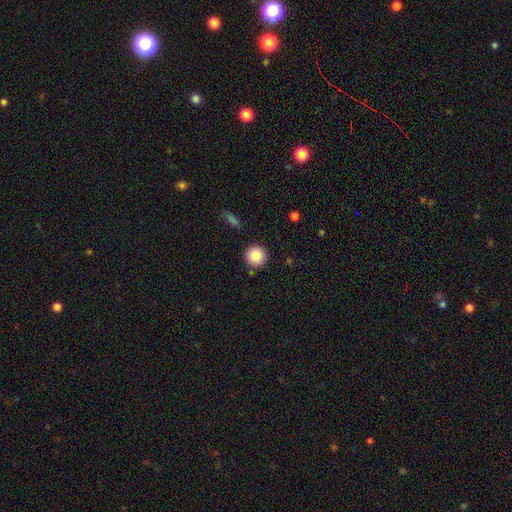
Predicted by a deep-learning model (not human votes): This appears to be a smooth galaxy with no disk features (87%) that is round (95%). Merging: none (88%).